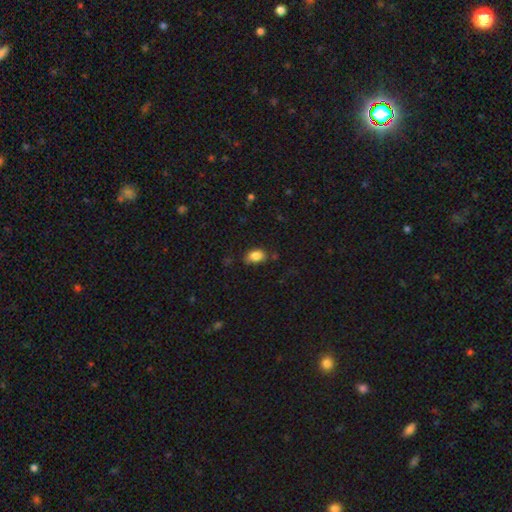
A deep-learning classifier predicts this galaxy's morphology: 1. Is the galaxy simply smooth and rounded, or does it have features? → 85% smooth, 9% star or artifact, 6% featured or disk.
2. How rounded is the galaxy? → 84% in between, 15% round, 2% cigar-shaped.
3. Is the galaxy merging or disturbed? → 65% none, 27% minor disturbance, 6% major disturbance, 3% merger.